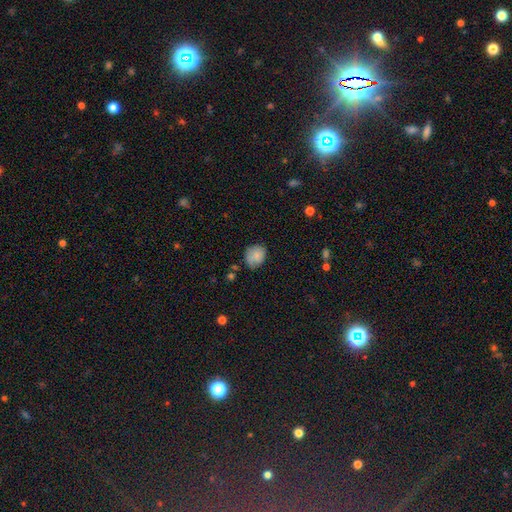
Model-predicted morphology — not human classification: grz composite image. It shows a smooth galaxy with no disk features (80%) that is round (56%). Merging: none (64%).